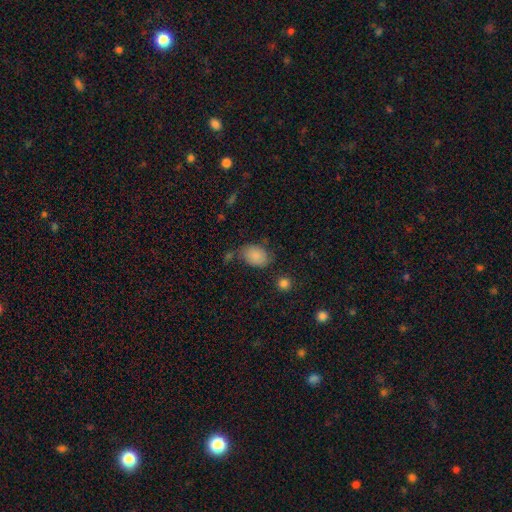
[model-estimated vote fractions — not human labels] Smooth or featured: smooth — 85% (star or artifact — 8%)
How rounded: in between — 78% (round — 20%)
Merging: none — 64% (minor disturbance — 22%)